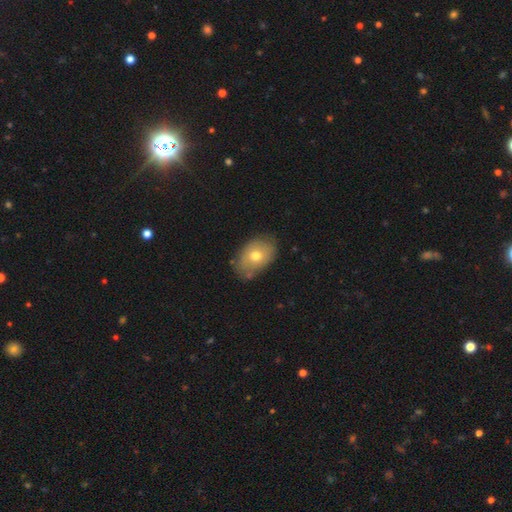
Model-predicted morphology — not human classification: The model was most divided on "smooth or featured": smooth: 69%, featured or disk: 22%, star or artifact: 8%. More confident: how rounded — in between (82%); merging — none (73%).